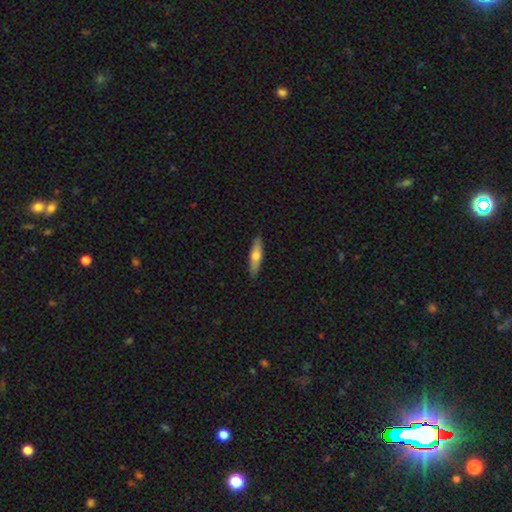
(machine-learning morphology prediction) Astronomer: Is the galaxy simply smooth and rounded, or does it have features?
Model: smooth — 59% (runner-up: featured or disk, 35%).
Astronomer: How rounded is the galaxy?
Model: cigar-shaped — 66%.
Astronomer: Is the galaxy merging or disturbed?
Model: none — 88%.